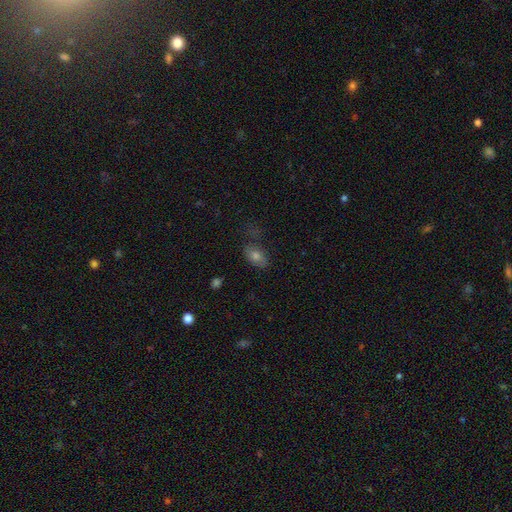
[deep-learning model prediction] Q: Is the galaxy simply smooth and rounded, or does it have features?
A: smooth — 67%.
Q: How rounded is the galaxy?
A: in between — 85%.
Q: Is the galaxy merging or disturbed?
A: none — 61%.